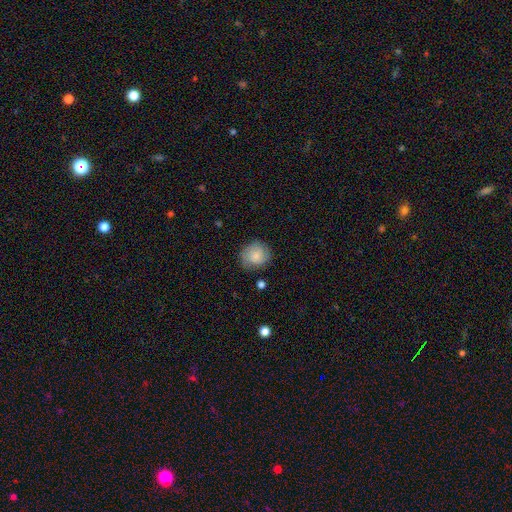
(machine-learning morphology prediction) Smooth or featured: smooth — 73% (featured or disk — 19%)
How rounded: round — 82% (in between — 17%)
Merging: none — 75% (minor disturbance — 19%)